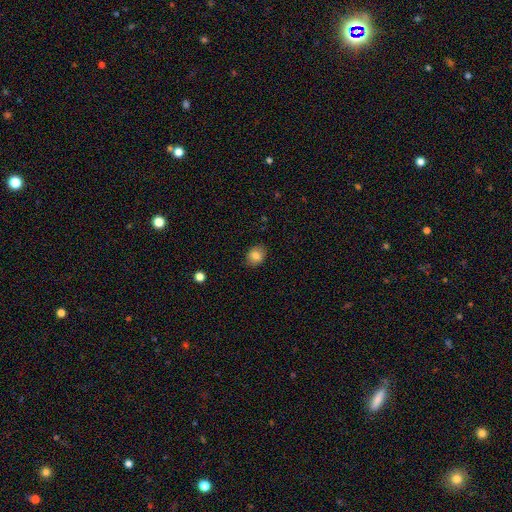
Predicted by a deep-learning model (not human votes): Smooth or featured?
  - smooth: 83% *
  - star or artifact: 9%
  - featured or disk: 8%
How rounded?
  - in between: 50% *
  - round: 49%
  - cigar-shaped: 1%
Merging?
  - none: 85% *
  - minor disturbance: 11%
  - major disturbance: 3%
  - merger: 1%